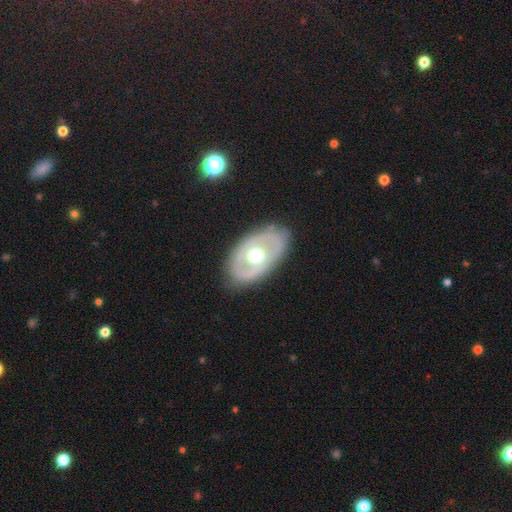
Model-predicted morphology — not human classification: This appears to be a featured or disk galaxy (61%) with no bar (87%), no spiral arms (84%) and a moderate central bulge (66%). Merging: none (79%).